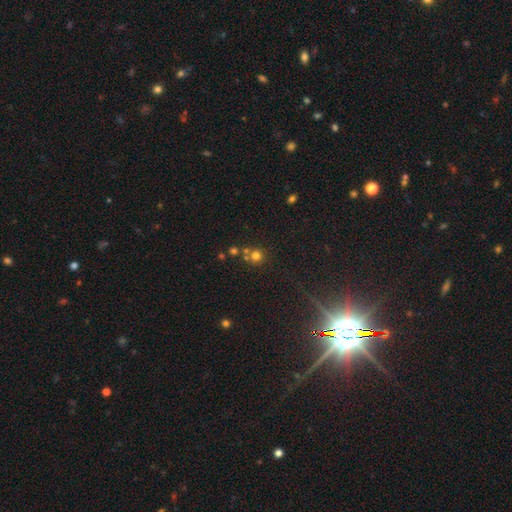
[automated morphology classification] The model was most divided on "merging": none: 66%, merger: 24%, minor disturbance: 7%, major disturbance: 3%. More confident: how rounded — round (91%); smooth or featured — smooth (69%).